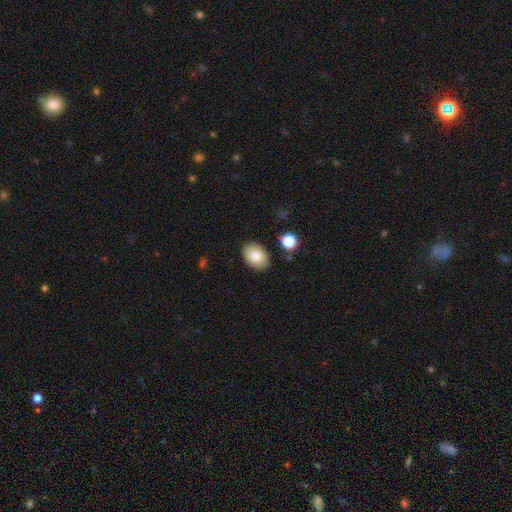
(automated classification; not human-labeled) This appears to be a smooth galaxy with no disk features (79%) that is in between round and cigar-shaped (73%). Merging: none (87%).